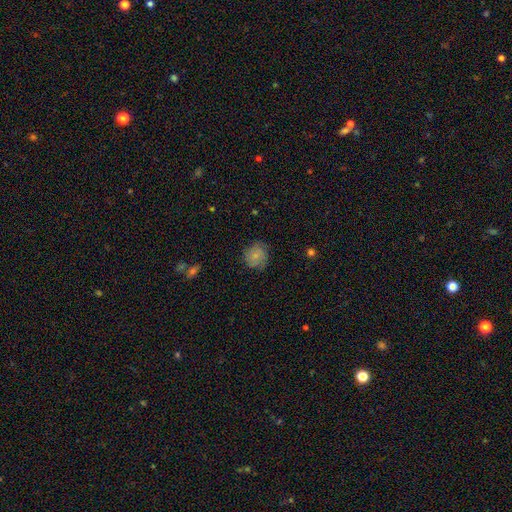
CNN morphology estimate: smooth 69%, featured or disk 23%, star or artifact 8%. Down the decision tree: how rounded — round (83%); merging — none (74%).